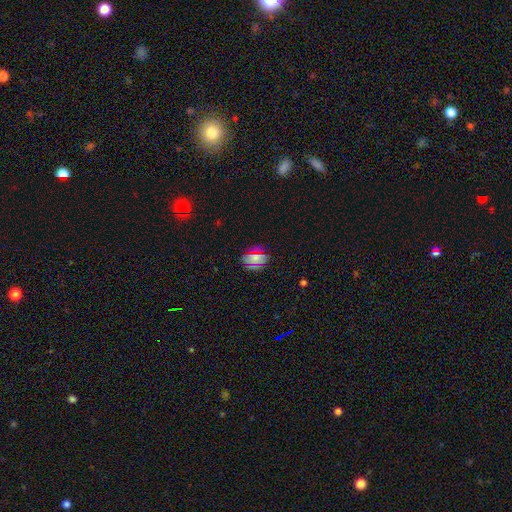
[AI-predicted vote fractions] smooth_or_featured: smooth (p=0.64) [alt: star or artifact p=0.23]
how_rounded: round (p=0.49) [tied with: in between p=0.49]
merging: none (p=0.83) [alt: minor disturbance p=0.12]